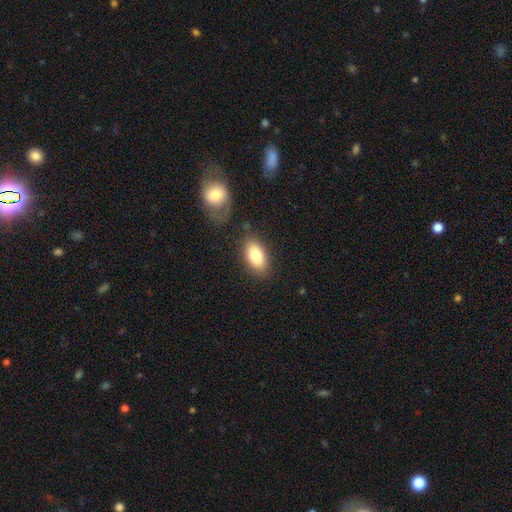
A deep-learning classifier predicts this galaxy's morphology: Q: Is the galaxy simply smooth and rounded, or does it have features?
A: smooth — 81%.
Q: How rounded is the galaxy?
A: in between — 91%.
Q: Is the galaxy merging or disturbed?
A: none — 79%.